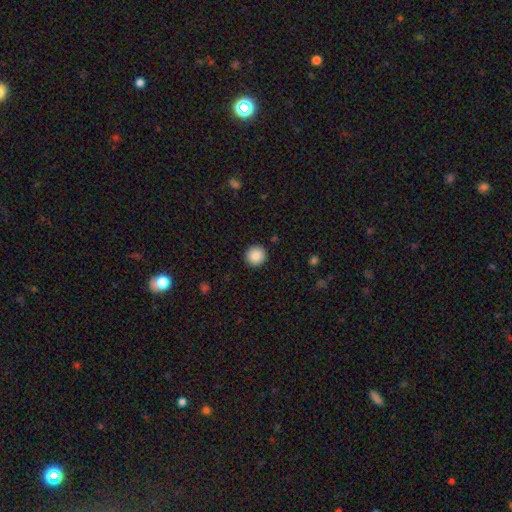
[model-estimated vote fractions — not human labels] A smooth galaxy with no disk features (88%) that is round (95%). Merging: none (93%).